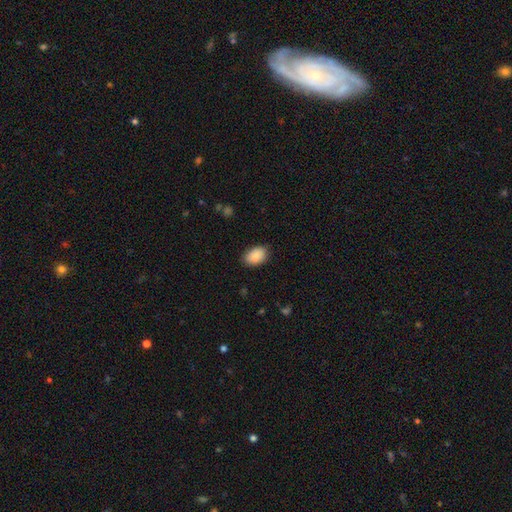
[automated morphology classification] Overall: smooth (90%). How rounded: in between (90%). Merging: none (85%).